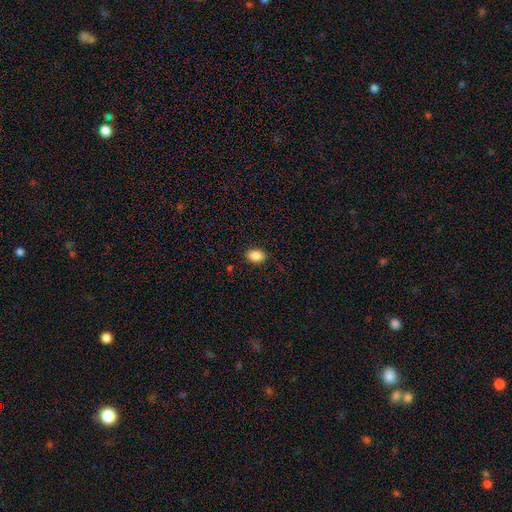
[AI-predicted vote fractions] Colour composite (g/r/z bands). It shows a smooth galaxy with no disk features (87%) that is in between round and cigar-shaped (82%). Merging: none (88%).